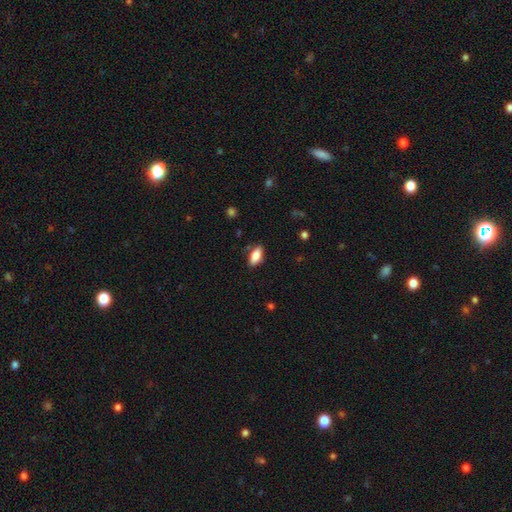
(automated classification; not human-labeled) smooth-or-featured: smooth: 80% | featured or disk: 13% | star or artifact: 7%
  how-rounded: in between: 83% | cigar-shaped: 14% | round: 3%
  merging: none: 81% | minor disturbance: 14% | major disturbance: 3% | merger: 2%